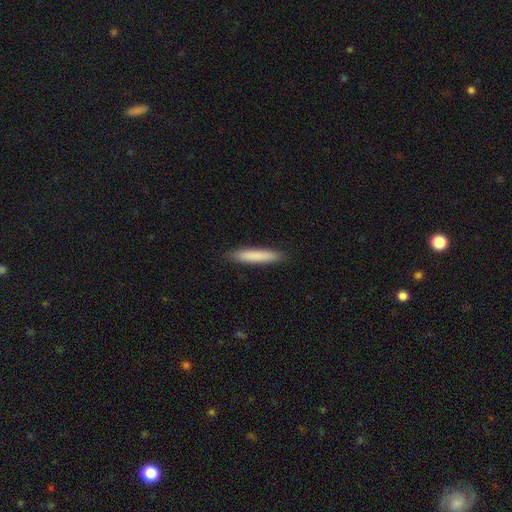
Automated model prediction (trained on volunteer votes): smooth_or_featured: smooth (p=0.82) [alt: featured or disk p=0.12]
how_rounded: cigar-shaped (p=0.92) [alt: in between p=0.07]
merging: none (p=0.90) [alt: minor disturbance p=0.07]